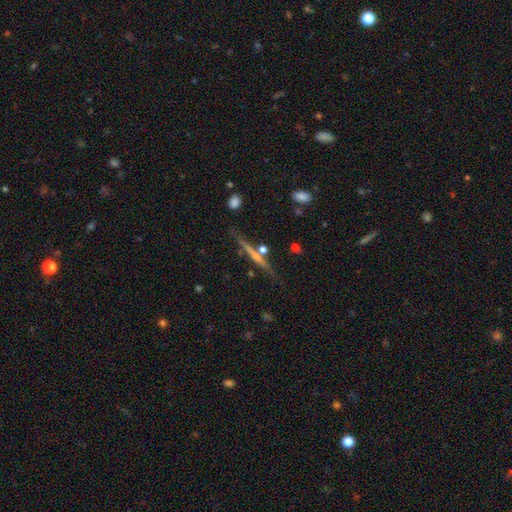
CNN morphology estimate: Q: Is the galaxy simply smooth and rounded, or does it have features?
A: featured or disk — 66%.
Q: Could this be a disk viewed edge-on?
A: yes — 97%.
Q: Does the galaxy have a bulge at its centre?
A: rounded — 47%.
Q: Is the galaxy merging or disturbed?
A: none — 82%.